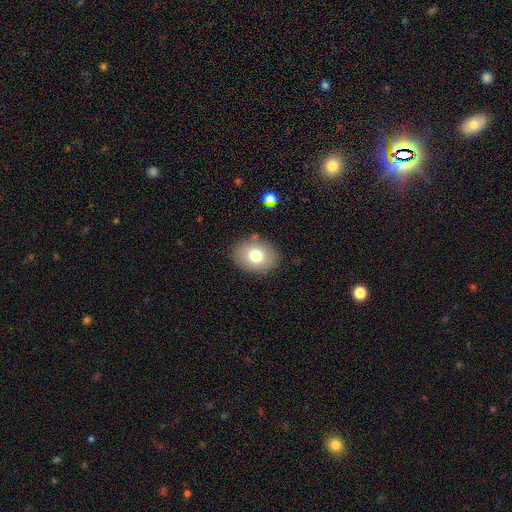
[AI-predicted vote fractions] This is likely a smooth galaxy (76%). How rounded: likely in between (61%). Merging: clearly none (85%).